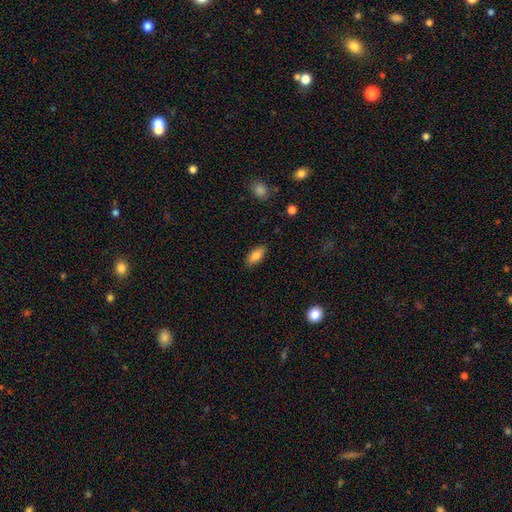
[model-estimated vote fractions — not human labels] Morphology: type=smooth (83%); roundness=in between (83%); merging=none (85%).